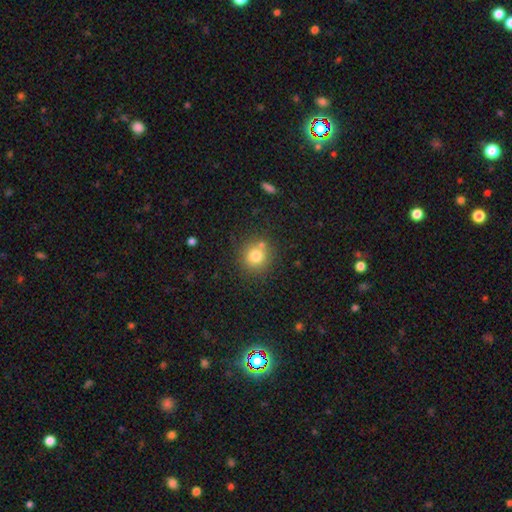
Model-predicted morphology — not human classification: Smooth or featured?
  - smooth: 78% *
  - star or artifact: 12%
  - featured or disk: 9%
How rounded?
  - round: 90% *
  - in between: 9%
  - cigar-shaped: 1%
Merging?
  - none: 73% *
  - merger: 13%
  - minor disturbance: 11%
  - major disturbance: 3%